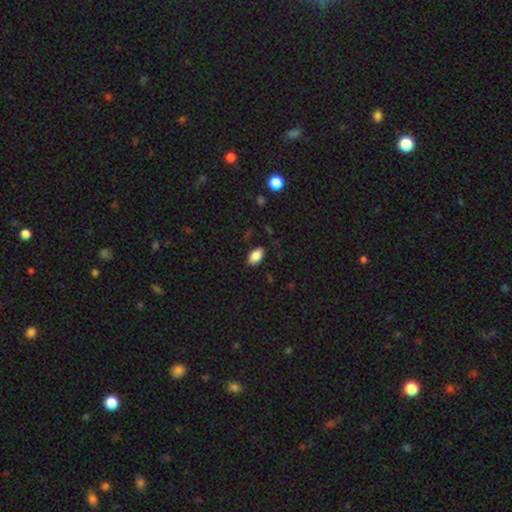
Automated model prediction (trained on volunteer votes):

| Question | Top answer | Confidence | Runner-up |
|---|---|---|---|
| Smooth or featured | smooth | 87% | star or artifact (8%) |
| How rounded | in between | 92% | round (6%) |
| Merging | none | 87% | minor disturbance (10%) |